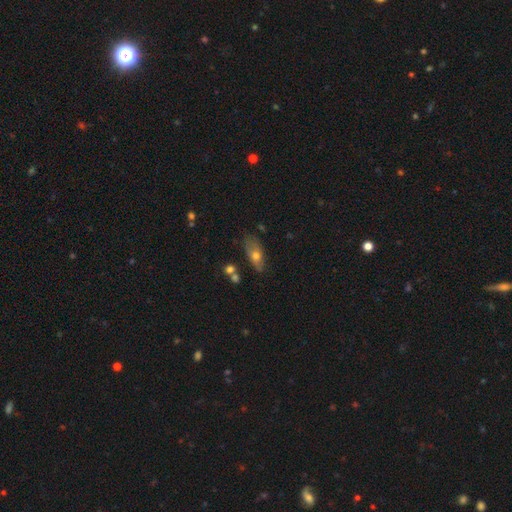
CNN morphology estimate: A smooth galaxy with no disk features (61%) that is in between round and cigar-shaped (77%). Merging: none (58%).